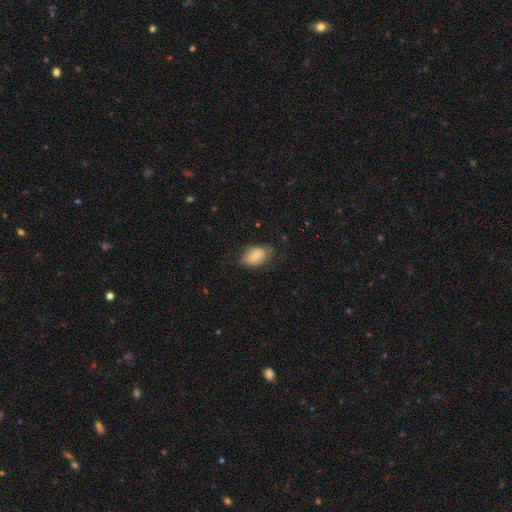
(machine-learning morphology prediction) A smooth galaxy with no disk features (76%) that is in between round and cigar-shaped (87%). Merging: none (67%).